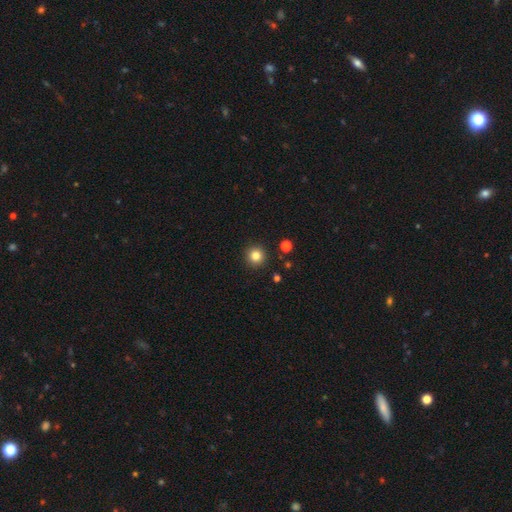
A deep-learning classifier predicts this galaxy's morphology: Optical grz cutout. It shows a smooth galaxy with no disk features (83%) that is round (95%). Merging: none (92%).